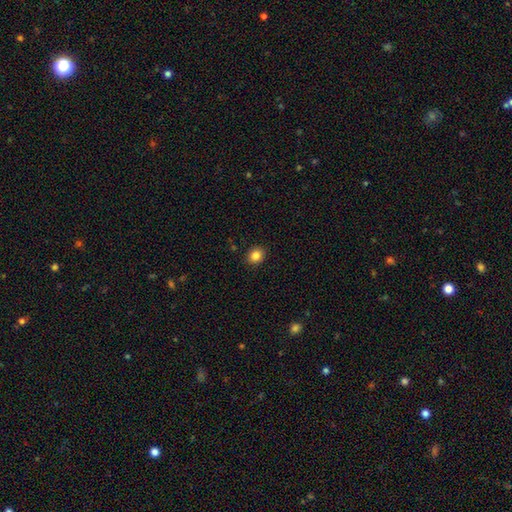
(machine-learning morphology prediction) Smooth or featured? Predicted: smooth (p=0.85). How rounded? Predicted: round (p=0.69). Merging? Predicted: none (p=0.91).